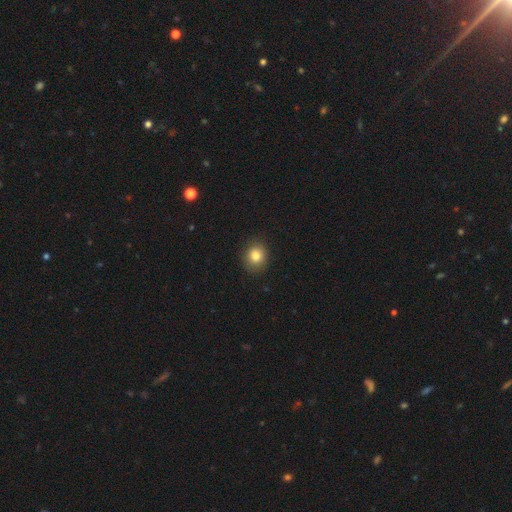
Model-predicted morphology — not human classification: Smooth or featured? smooth (81%)
How rounded? round (77%)
Merging? none (88%)